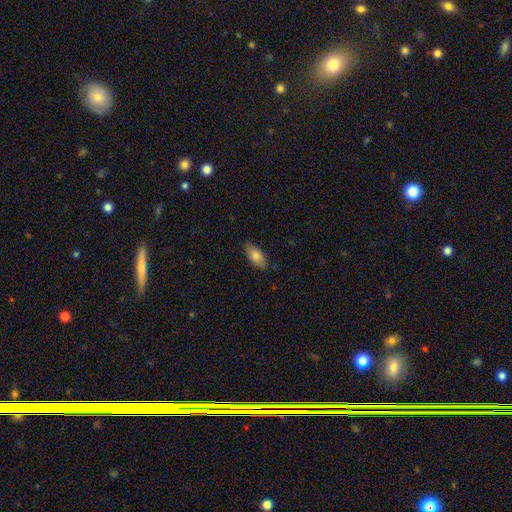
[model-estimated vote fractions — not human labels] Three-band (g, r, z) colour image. It shows a smooth galaxy with no disk features (79%) that is in between round and cigar-shaped (88%). Merging: none (82%).